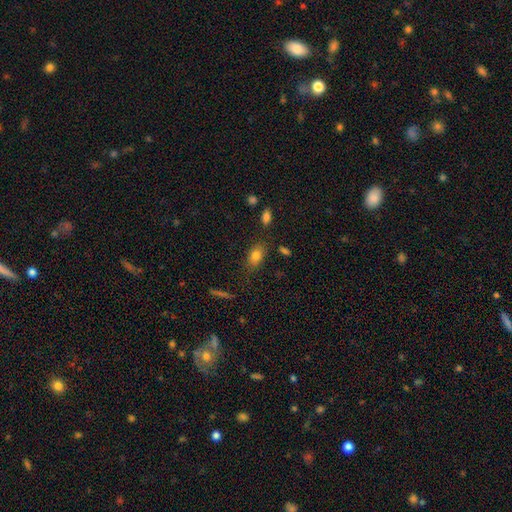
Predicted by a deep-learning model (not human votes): This is clearly a smooth galaxy (80%). How rounded: clearly in between (83%). Merging: likely none (75%).